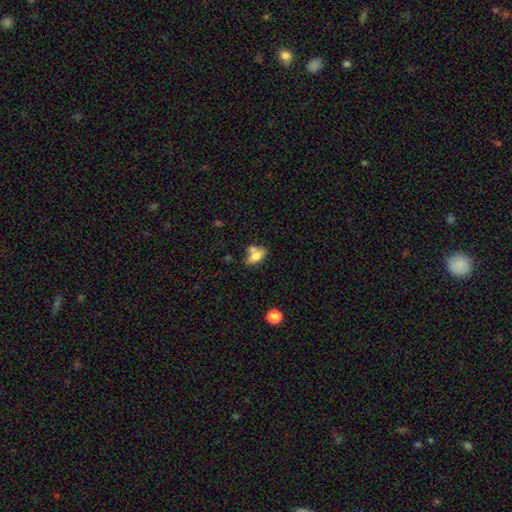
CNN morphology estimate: A smooth galaxy with no disk features (71%) that is in between round and cigar-shaped (81%). Merging: none (42%).